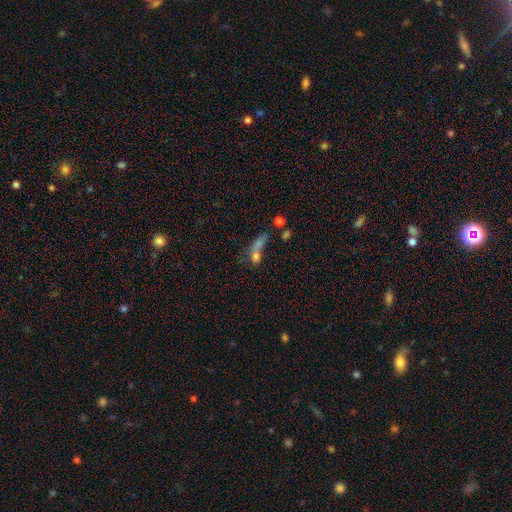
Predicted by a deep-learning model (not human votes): Smooth or featured?
  - smooth: 65% *
  - featured or disk: 20%
  - star or artifact: 15%
How rounded?
  - in between: 53% *
  - round: 30%
  - cigar-shaped: 17%
Merging?
  - merger: 55% *
  - none: 22%
  - major disturbance: 15%
  - minor disturbance: 9%